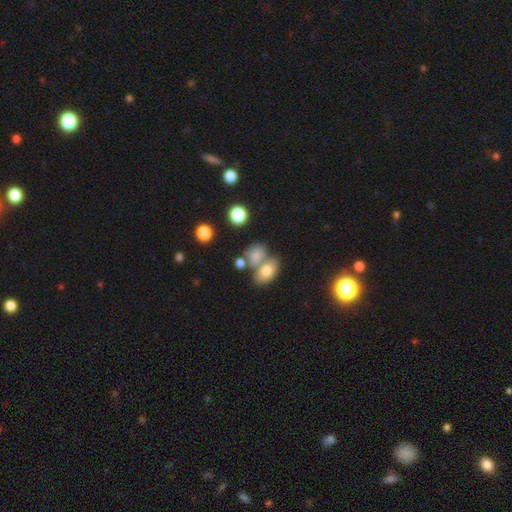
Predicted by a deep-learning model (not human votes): Smooth or featured: smooth — 75% (featured or disk — 13%)
How rounded: in between — 69% (round — 29%)
Merging: merger — 43% (none — 37%)